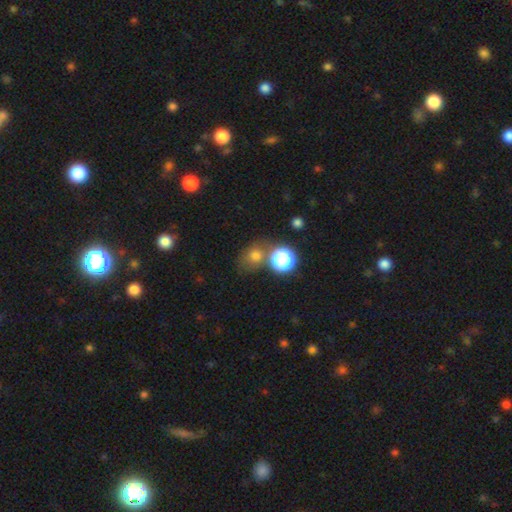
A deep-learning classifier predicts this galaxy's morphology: The model was most divided on "how rounded": round: 65%, in between: 34%, cigar-shaped: 1%. More confident: smooth or featured — smooth (70%); merging — none (58%).